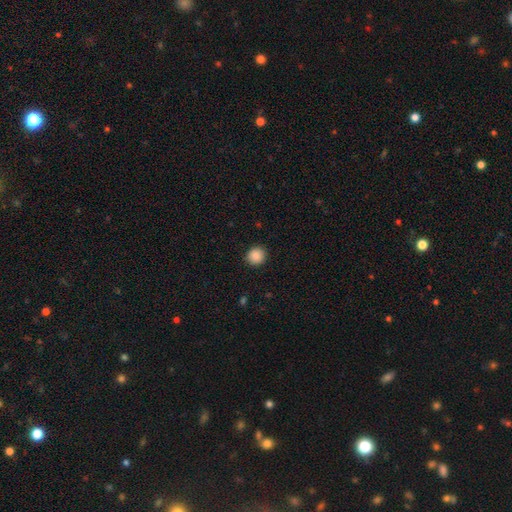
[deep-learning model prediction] Morphology: type=smooth (88%); roundness=round (90%); merging=none (91%).